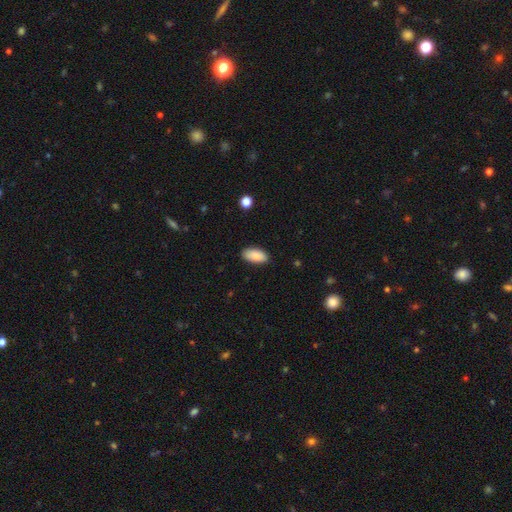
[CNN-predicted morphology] Smooth or featured? smooth (86%)
How rounded? in between (92%)
Merging? none (87%)